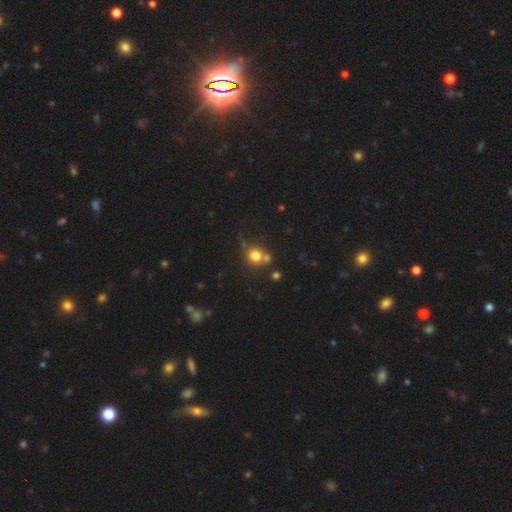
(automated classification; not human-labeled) This is likely a smooth galaxy (77%). How rounded: clearly round (87%). Merging: possibly none (55%).